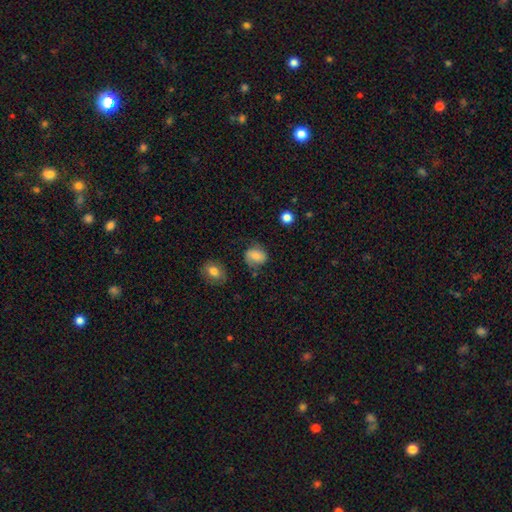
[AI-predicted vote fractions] A smooth galaxy with no disk features (67%) that is round (60%).

Vote fractions:
- Smooth or featured? smooth: 67% / featured or disk: 24% / star or artifact: 9%
- How rounded? round: 60% / in between: 39% / cigar-shaped: 1%
- Merging? none: 65% / minor disturbance: 24% / major disturbance: 8% / merger: 3%